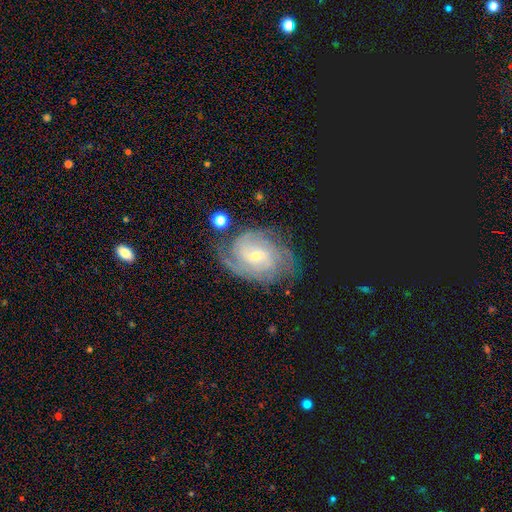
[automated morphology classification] Smooth or featured?
  - featured or disk: 85% *
  - smooth: 9%
  - star or artifact: 6%
Edge-on disk?
  - no: 97% *
  - yes: 3%
Bar?
  - weak: 48% *
  - no: 41%
  - strong: 11%
Spiral arms?
  - yes: 96% *
  - no: 4%
Spiral winding?
  - tight: 65% *
  - medium: 29%
  - loose: 7%
Spiral arm count?
  - can't tell: 33% *
  - 3: 21%
  - 2: 21%
  - 4: 13%
  - more than 4: 6%
  - 1: 6%
Bulge size?
  - small: 63% *
  - moderate: 33%
  - large: 2%
  - none: 1%
  - dominant: 1%
Merging?
  - none: 70% *
  - minor disturbance: 18%
  - major disturbance: 8%
  - merger: 3%